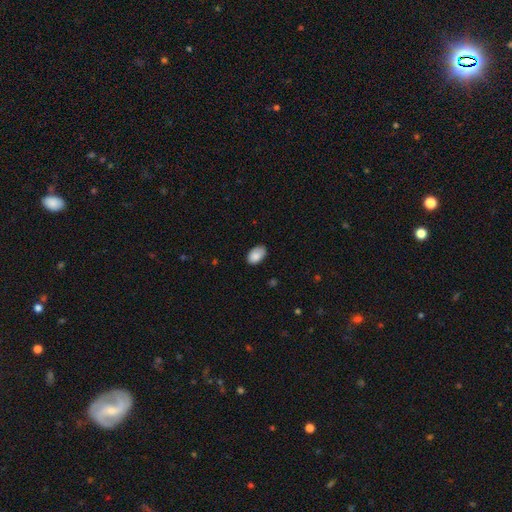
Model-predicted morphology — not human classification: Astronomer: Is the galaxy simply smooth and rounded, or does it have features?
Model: smooth — 87%.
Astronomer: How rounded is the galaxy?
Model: in between — 92%.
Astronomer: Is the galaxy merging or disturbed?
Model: none — 78%.